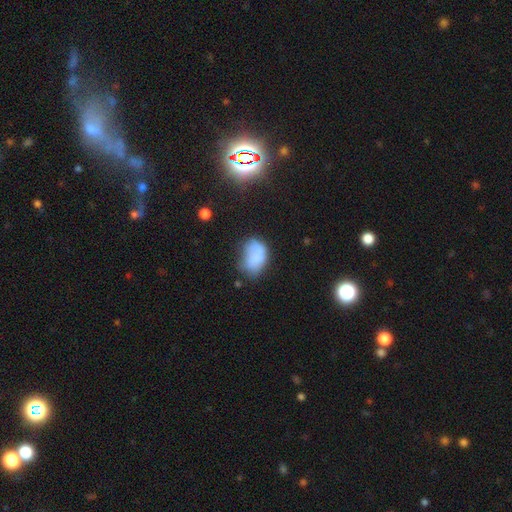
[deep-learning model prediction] Smooth or featured?
  - smooth: 72% *
  - featured or disk: 18%
  - star or artifact: 10%
How rounded?
  - in between: 84% *
  - round: 15%
  - cigar-shaped: 1%
Merging?
  - none: 37% *
  - minor disturbance: 35%
  - major disturbance: 20%
  - merger: 8%